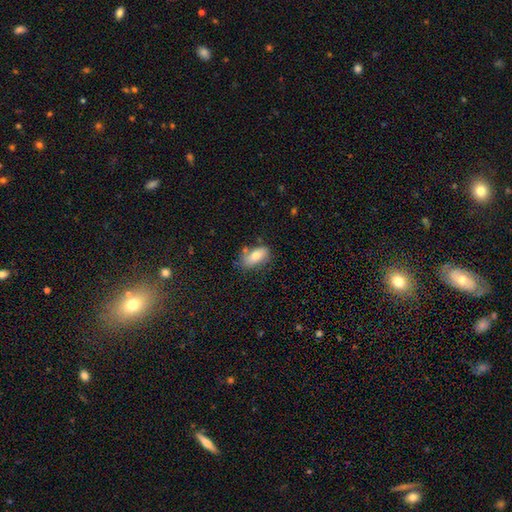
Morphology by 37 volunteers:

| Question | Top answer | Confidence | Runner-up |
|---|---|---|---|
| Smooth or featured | smooth | 76% | featured or disk (19%) |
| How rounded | in between | 82% | cigar-shaped (18%) |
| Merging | none | 80% | minor disturbance (11%) |